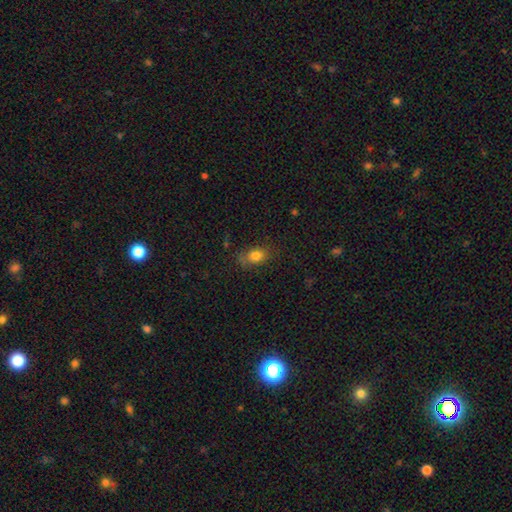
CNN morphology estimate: smooth_or_featured: smooth (p=0.80) [alt: star or artifact p=0.10]
how_rounded: in between (p=0.72) [alt: round p=0.25]
merging: none (p=0.71) [alt: minor disturbance p=0.20]